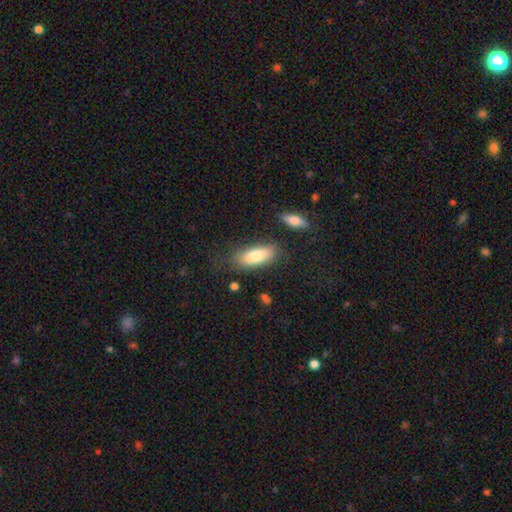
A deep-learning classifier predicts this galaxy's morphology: smooth-or-featured: smooth: 80% | featured or disk: 13% | star or artifact: 7%
  how-rounded: in between: 79% | cigar-shaped: 19% | round: 2%
  merging: none: 77% | minor disturbance: 14% | major disturbance: 5% | merger: 4%